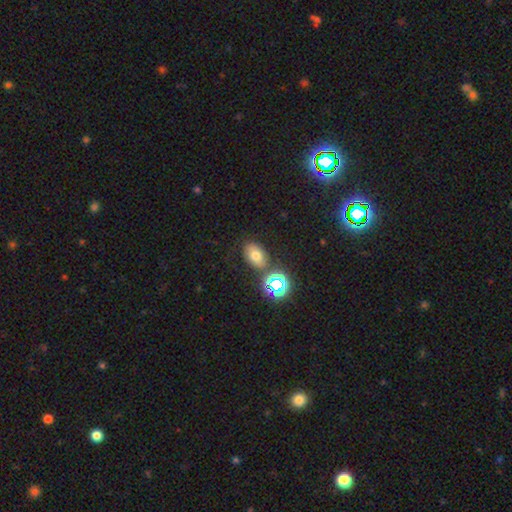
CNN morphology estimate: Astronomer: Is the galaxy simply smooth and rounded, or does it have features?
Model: smooth — 62%.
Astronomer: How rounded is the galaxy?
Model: in between — 80%.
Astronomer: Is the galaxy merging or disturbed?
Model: none — 75%.